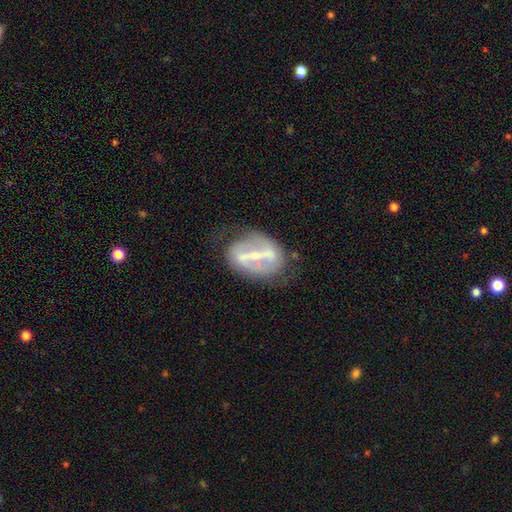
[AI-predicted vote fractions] smooth-or-featured: featured or disk: 77% | smooth: 16% | star or artifact: 7%
  disk-edge-on: no: 91% | yes: 9%
    bar: strong: 77% | weak: 17% | no: 6%
    has-spiral-arms: no: 51% | yes: 49%
    bulge-size: small: 59% | moderate: 28% | none: 9% | large: 2% | dominant: 1%
  merging: none: 63% | minor disturbance: 21% | major disturbance: 12% | merger: 3%